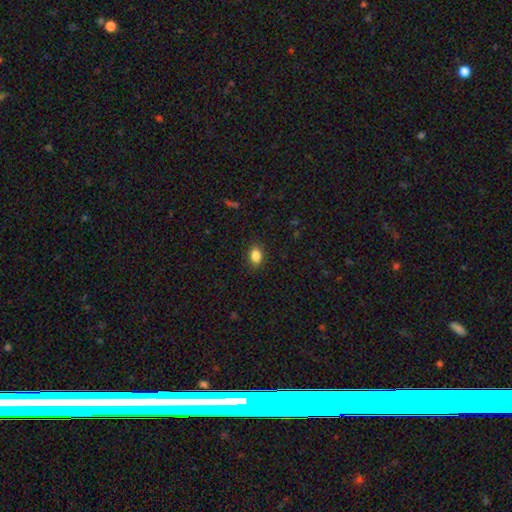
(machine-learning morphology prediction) Smooth or featured?
  - smooth: 86% *
  - star or artifact: 10%
  - featured or disk: 4%
How rounded?
  - in between: 71% *
  - round: 27%
  - cigar-shaped: 1%
Merging?
  - none: 87% *
  - minor disturbance: 9%
  - major disturbance: 2%
  - merger: 1%